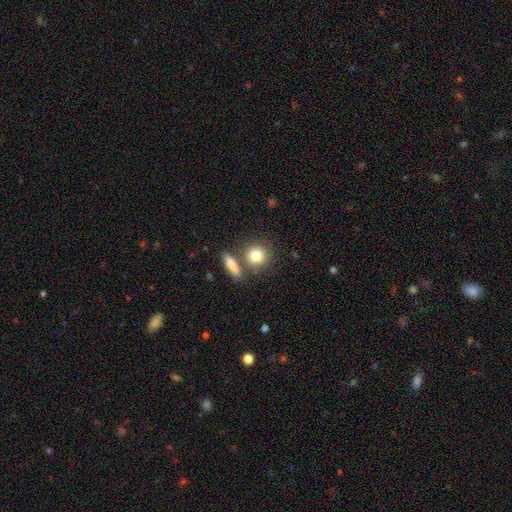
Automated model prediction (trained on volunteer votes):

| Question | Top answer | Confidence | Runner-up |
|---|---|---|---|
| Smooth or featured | smooth | 82% | featured or disk (10%) |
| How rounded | round | 80% | in between (17%) |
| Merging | none | 68% | merger (19%) |